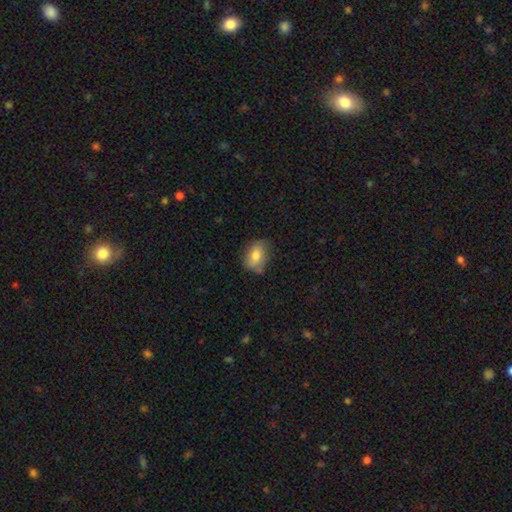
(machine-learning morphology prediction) A smooth galaxy with no disk features (77%) that is in between round and cigar-shaped (77%).

Vote fractions:
- Smooth or featured? smooth: 77% / featured or disk: 15% / star or artifact: 8%
- How rounded? in between: 77% / round: 22% / cigar-shaped: 2%
- Merging? none: 66% / minor disturbance: 26% / major disturbance: 5% / merger: 4%